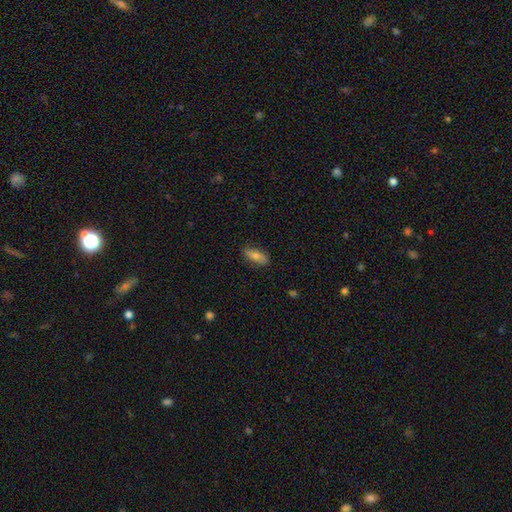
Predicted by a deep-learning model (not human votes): A smooth galaxy with no disk features (68%) that is in between round and cigar-shaped (77%). Merging: none (84%).